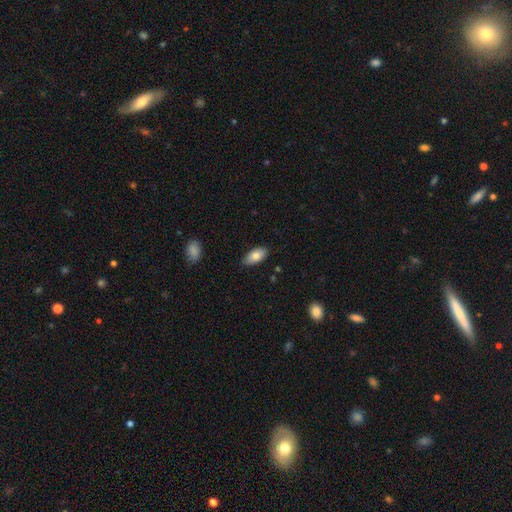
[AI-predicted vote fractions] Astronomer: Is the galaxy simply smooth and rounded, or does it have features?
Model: smooth — 81%.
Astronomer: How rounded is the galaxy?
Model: in between — 92%.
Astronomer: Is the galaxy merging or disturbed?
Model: none — 82%.